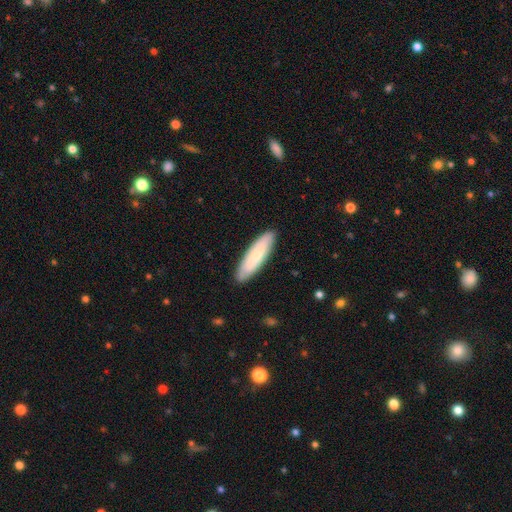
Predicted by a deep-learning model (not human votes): This appears to be a smooth galaxy with no disk features (72%) that is cigar-shaped (69%). Merging: none (89%).